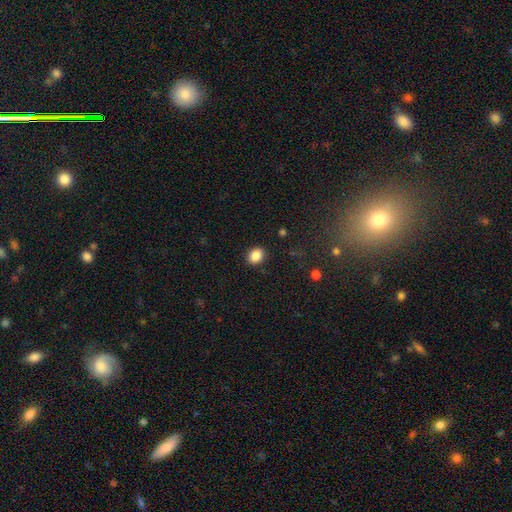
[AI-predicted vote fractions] A smooth galaxy with no disk features (87%) that is in between round and cigar-shaped (50%). Merging: none (89%).